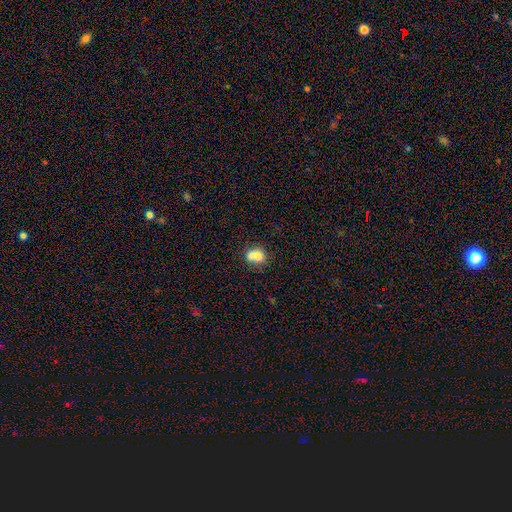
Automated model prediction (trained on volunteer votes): Smooth or featured? Predicted: smooth (p=0.70). How rounded? Predicted: round (p=0.61). Merging? Predicted: merger (p=0.58).